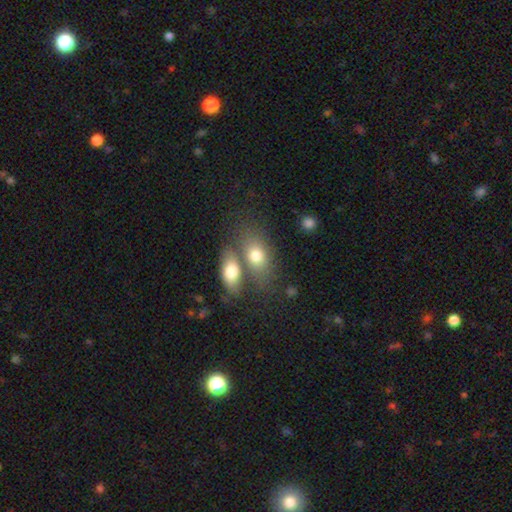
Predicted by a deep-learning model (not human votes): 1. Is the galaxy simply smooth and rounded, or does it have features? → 73% smooth, 18% featured or disk, 9% star or artifact.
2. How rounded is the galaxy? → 81% in between, 15% round, 3% cigar-shaped.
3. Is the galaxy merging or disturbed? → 44% merger, 40% none, 11% minor disturbance, 6% major disturbance.